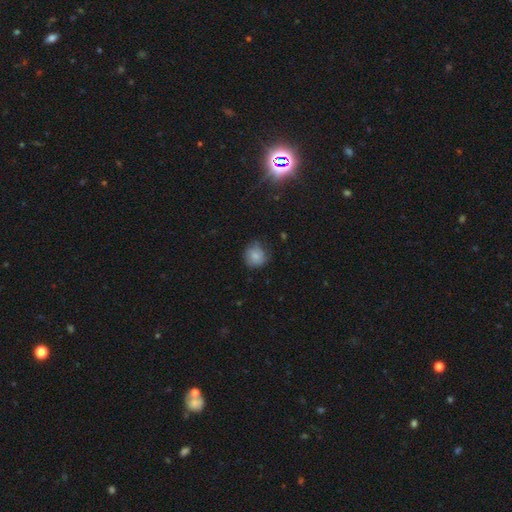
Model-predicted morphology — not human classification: Smooth or featured? smooth (78%)
How rounded? round (85%)
Merging? none (63%)